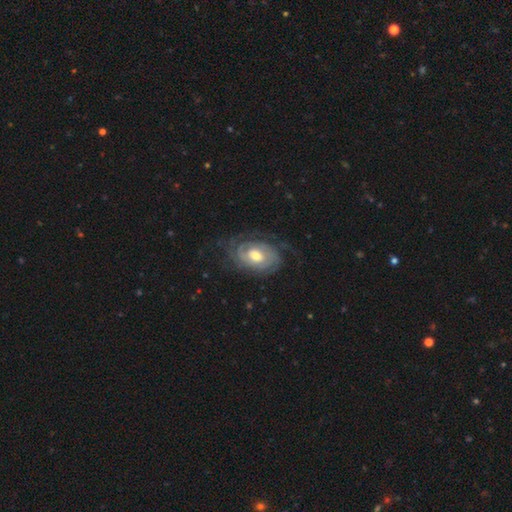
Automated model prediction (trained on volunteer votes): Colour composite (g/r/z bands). It shows a featured or disk galaxy (85%) with no bar (56%), tight (70%) spiral arms (94%) and a moderate central bulge (72%). Merging: none (71%).